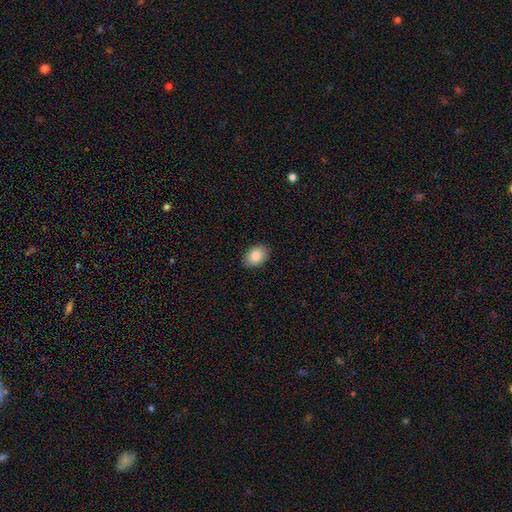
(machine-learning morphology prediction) A smooth galaxy with no disk features (87%) that is in between round and cigar-shaped (84%). Merging: none (87%).